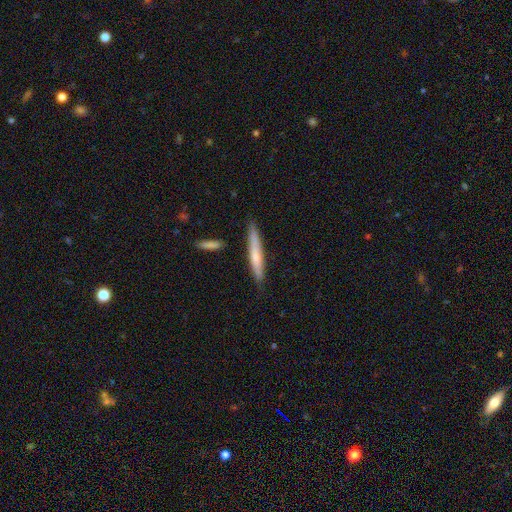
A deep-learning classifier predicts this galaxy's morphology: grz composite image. It shows a smooth galaxy with no disk features (60%) that is cigar-shaped (94%). Merging: none (84%).